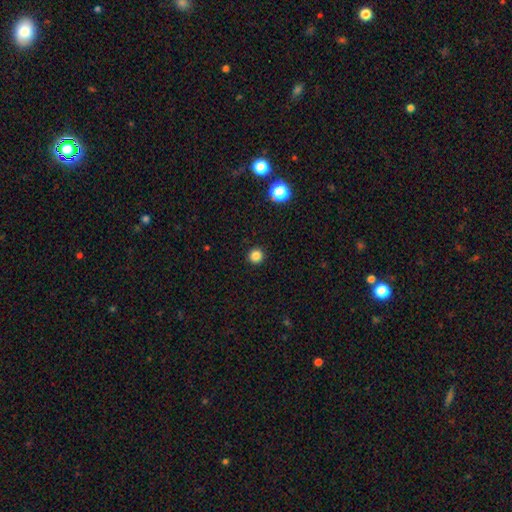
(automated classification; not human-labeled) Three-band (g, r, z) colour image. It shows a smooth galaxy with no disk features (84%) that is round (95%). Merging: none (93%).